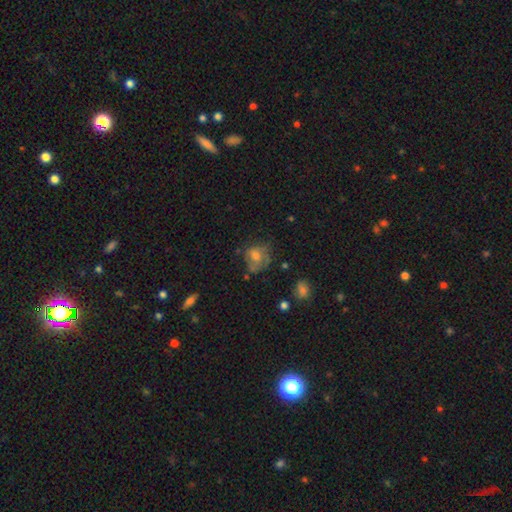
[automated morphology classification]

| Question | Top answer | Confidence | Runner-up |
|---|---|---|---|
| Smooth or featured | smooth | 48% | featured or disk (38%) |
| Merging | none | 46% | minor disturbance (27%) |